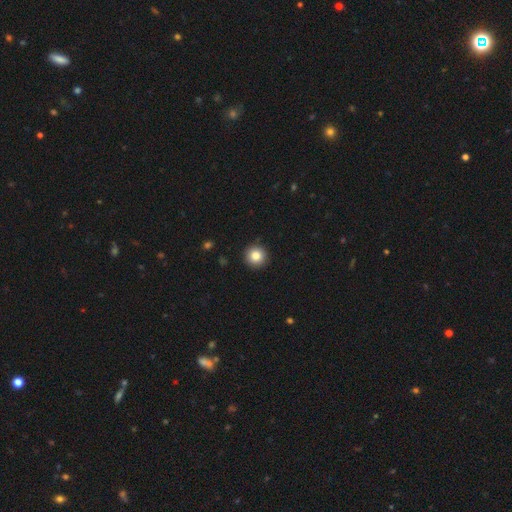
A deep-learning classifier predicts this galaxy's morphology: Smooth or featured? smooth (84%)
How rounded? round (96%)
Merging? none (93%)